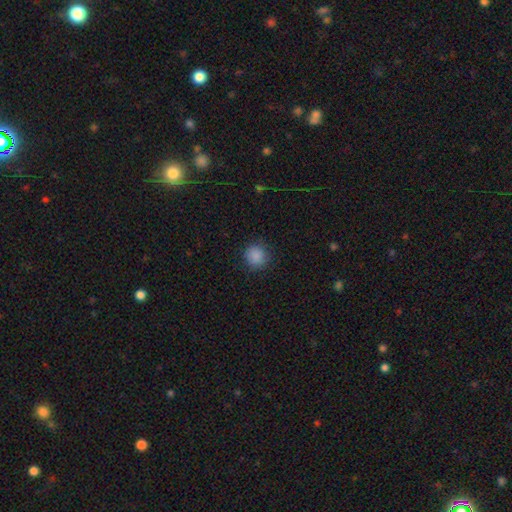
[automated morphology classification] Smooth or featured? smooth (87%)
How rounded? round (92%)
Merging? none (88%)